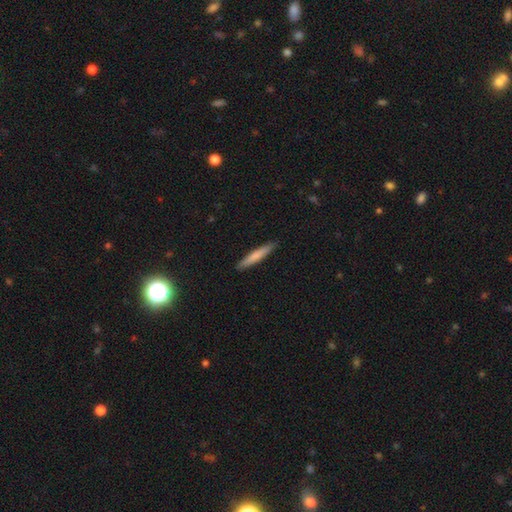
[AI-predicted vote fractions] A smooth galaxy with no disk features (73%) that is cigar-shaped (93%). Merging: none (91%).